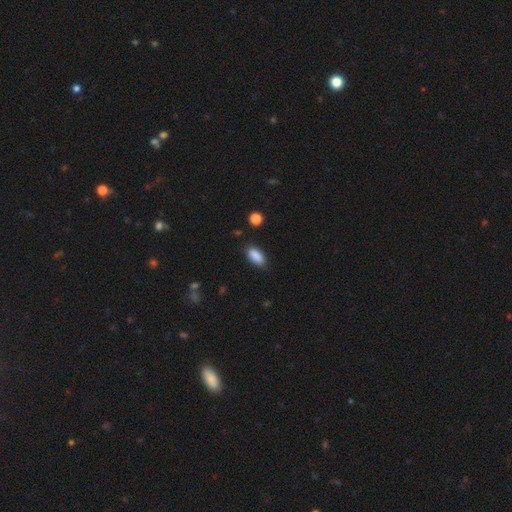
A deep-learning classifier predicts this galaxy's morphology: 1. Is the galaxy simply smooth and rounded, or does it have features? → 88% smooth, 7% star or artifact, 4% featured or disk.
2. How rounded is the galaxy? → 87% in between, 10% cigar-shaped, 3% round.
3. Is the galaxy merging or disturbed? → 84% none, 12% minor disturbance, 2% major disturbance, 2% merger.